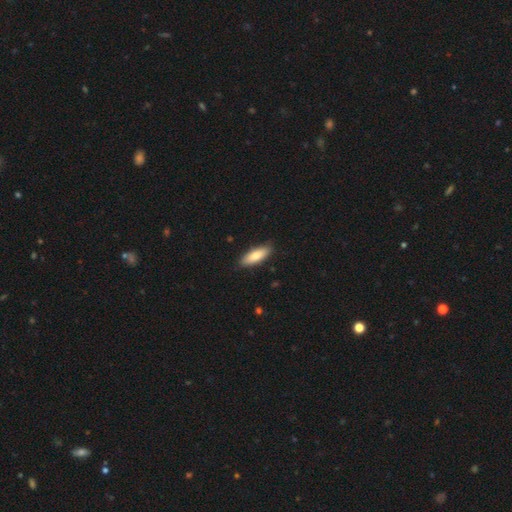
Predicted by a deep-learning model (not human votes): Smooth or featured? smooth (80%)
How rounded? in between (59%)
Merging? none (87%)